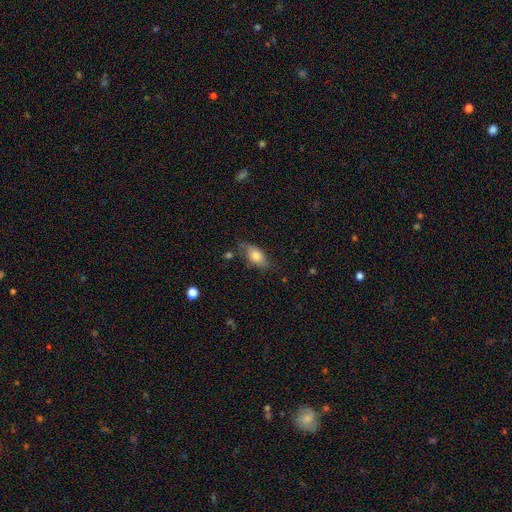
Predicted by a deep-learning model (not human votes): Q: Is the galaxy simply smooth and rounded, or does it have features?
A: smooth — 73%.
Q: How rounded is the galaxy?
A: in between — 87%.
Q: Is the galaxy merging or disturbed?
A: none — 62%.